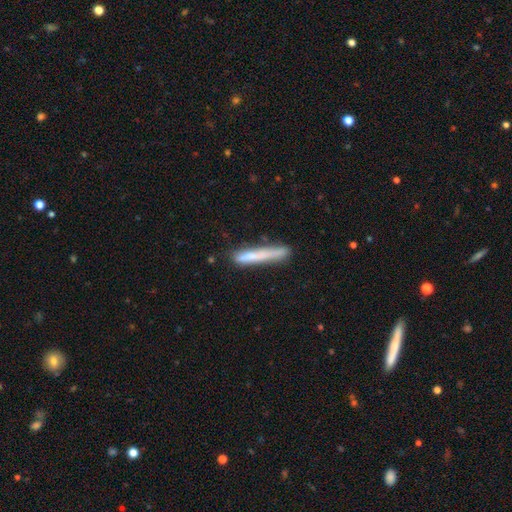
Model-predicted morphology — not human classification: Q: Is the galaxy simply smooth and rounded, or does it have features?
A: smooth — 68%.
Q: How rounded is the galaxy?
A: cigar-shaped — 96%.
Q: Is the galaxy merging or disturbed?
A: none — 76%.